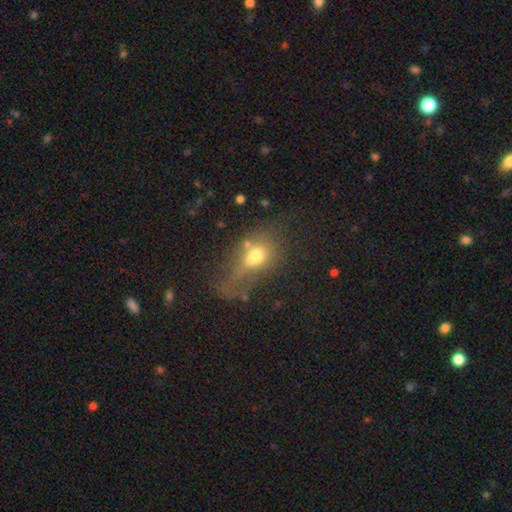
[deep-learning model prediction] Smooth or featured? smooth (58%)
How rounded? in between (65%)
Merging? major disturbance (39%)